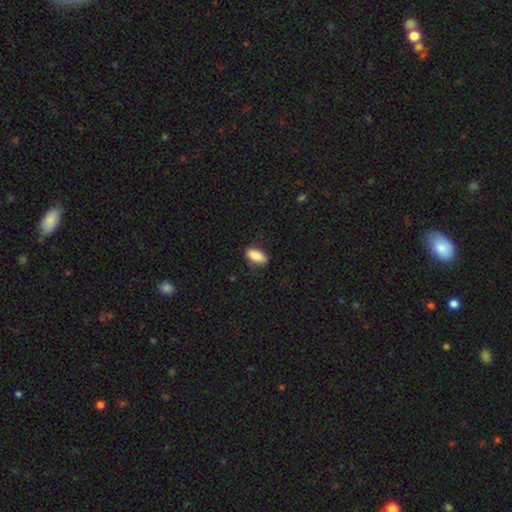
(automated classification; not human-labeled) Smooth or featured? smooth (86%)
How rounded? in between (87%)
Merging? none (81%)